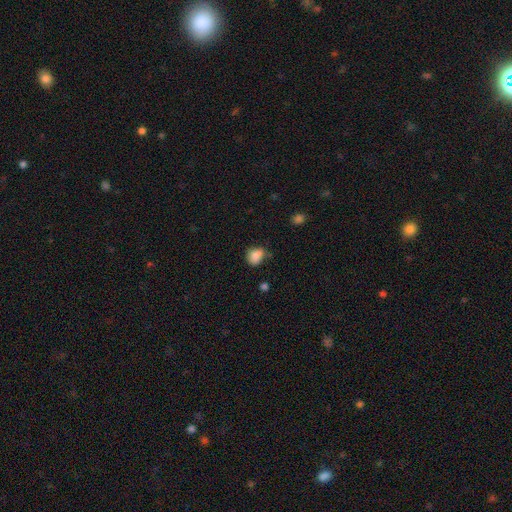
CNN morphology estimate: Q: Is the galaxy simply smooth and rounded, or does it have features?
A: smooth — 83%.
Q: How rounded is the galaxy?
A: round — 52%.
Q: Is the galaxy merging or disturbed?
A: none — 54%.